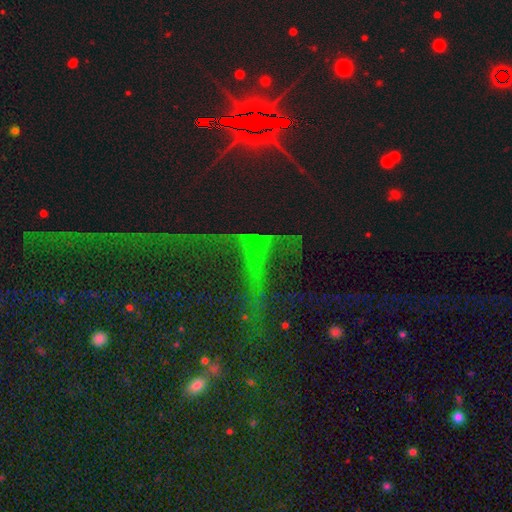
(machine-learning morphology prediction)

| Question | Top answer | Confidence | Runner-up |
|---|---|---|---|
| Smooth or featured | star or artifact | 71% | featured or disk (15%) |